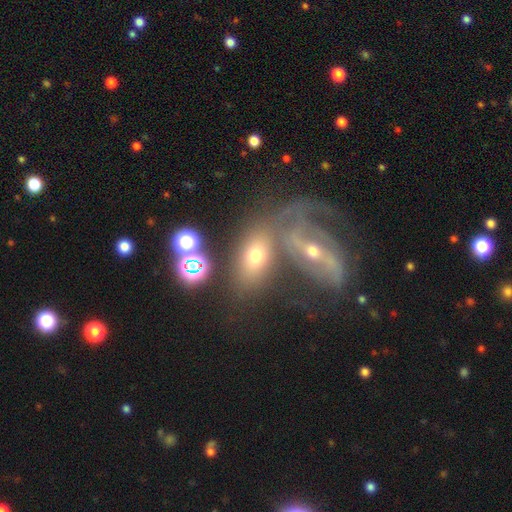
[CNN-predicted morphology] Q: Smooth or featured?
A: smooth (52%); runner-up: featured or disk (36%)
Q: How rounded?
A: in between (85%); runner-up: round (12%)
Q: Merging?
A: none (45%); runner-up: merger (34%)